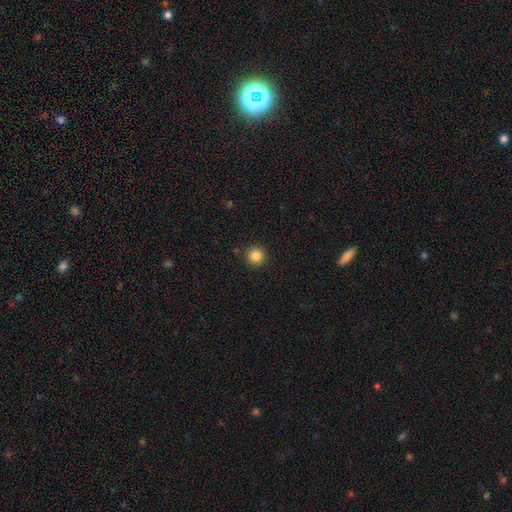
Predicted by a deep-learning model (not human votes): The model was most divided on "smooth or featured": smooth: 86%, star or artifact: 10%, featured or disk: 4%. More confident: how rounded — round (96%); merging — none (91%).